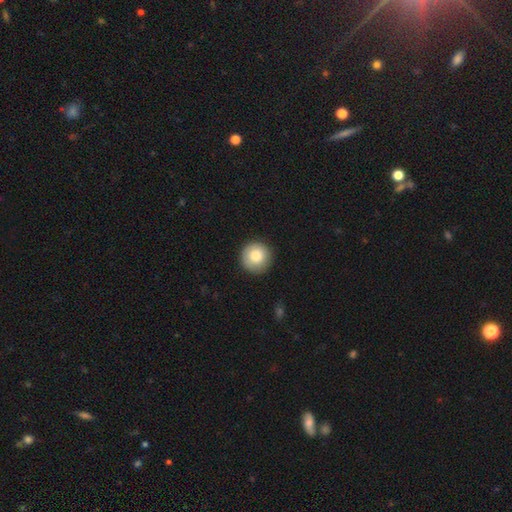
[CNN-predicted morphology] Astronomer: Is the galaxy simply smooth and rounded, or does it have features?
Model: smooth — 81%.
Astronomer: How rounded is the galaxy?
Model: round — 96%.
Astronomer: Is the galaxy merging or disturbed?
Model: none — 90%.